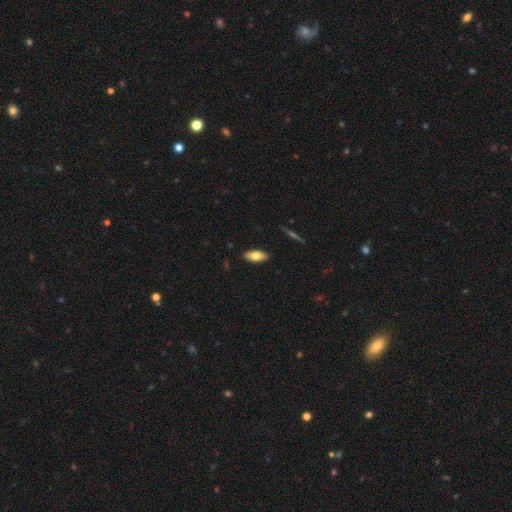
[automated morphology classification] type=smooth (73%); roundness=in between (84%); merging=none (88%).